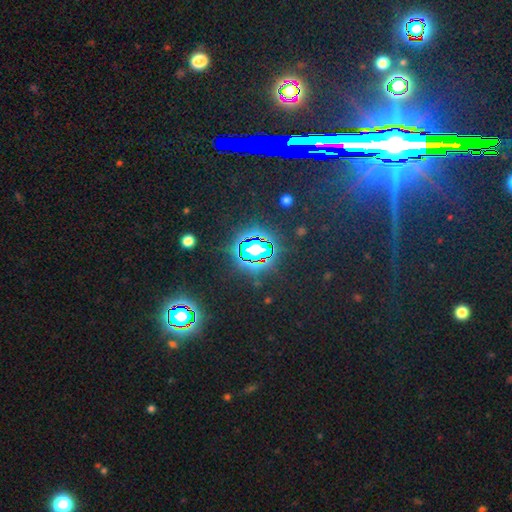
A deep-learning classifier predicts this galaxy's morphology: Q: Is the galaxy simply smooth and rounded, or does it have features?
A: star or artifact — 83%.